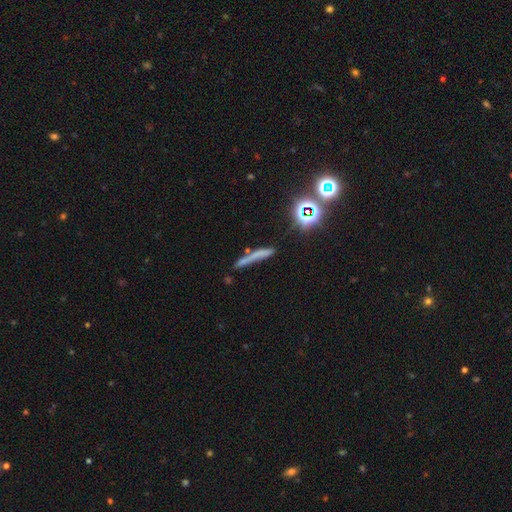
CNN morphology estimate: Smooth or featured? smooth (52%)
How rounded? cigar-shaped (91%)
Merging? none (65%)